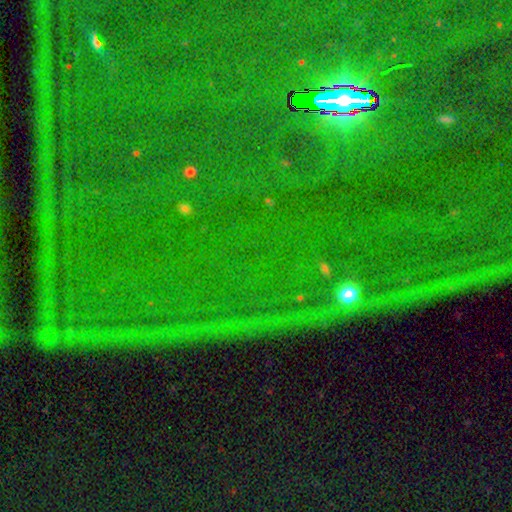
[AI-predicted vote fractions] This appears to be a star or artifact, not a galaxy (86%).